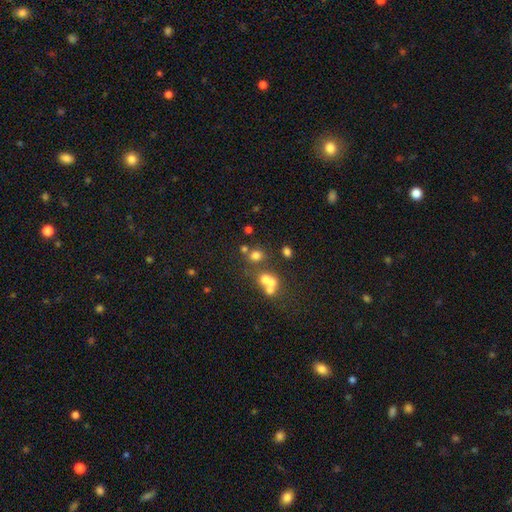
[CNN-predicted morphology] Q: Smooth or featured?
A: smooth (64%); runner-up: star or artifact (20%)
Q: How rounded?
A: round (76%); runner-up: in between (23%)
Q: Merging?
A: none (50%); runner-up: merger (36%)